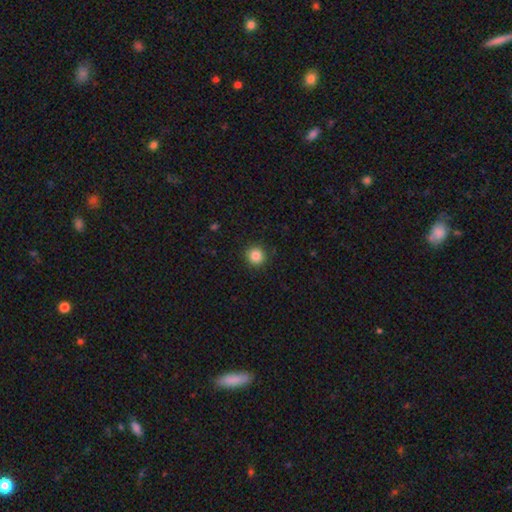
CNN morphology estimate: This is clearly a smooth galaxy (85%). How rounded: clearly round (94%). Merging: clearly none (92%).